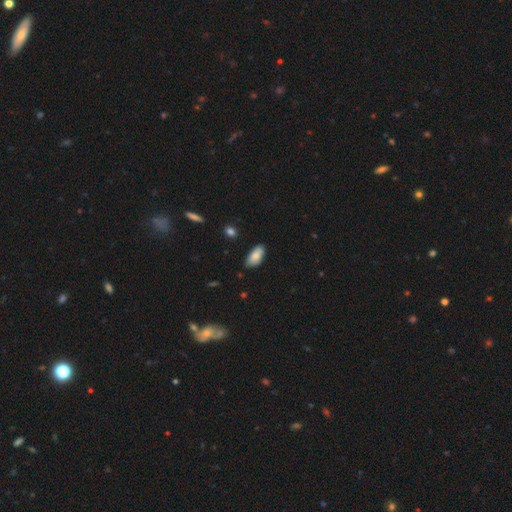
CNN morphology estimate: smooth-or-featured: smooth: 83% | featured or disk: 10% | star or artifact: 7%
  how-rounded: in between: 90% | cigar-shaped: 8% | round: 2%
  merging: none: 80% | minor disturbance: 16% | major disturbance: 2% | merger: 1%